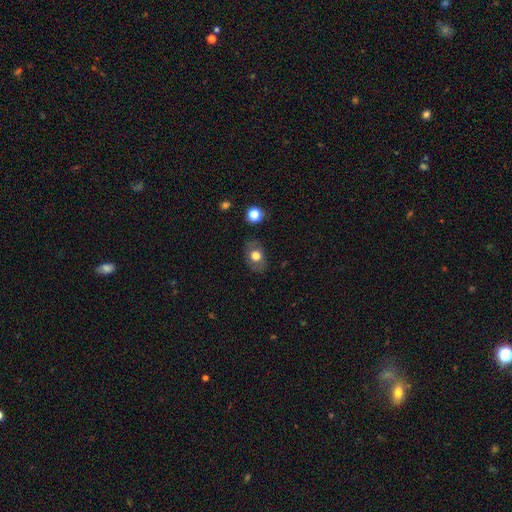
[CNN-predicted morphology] smooth_or_featured: smooth (p=0.67) [alt: featured or disk p=0.23]
how_rounded: in between (p=0.66) [alt: round p=0.32]
merging: none (p=0.81) [alt: minor disturbance p=0.13]